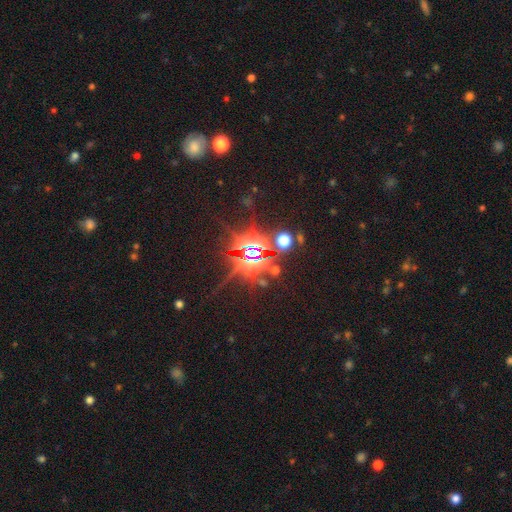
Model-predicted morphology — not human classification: type=star or artifact (80%).